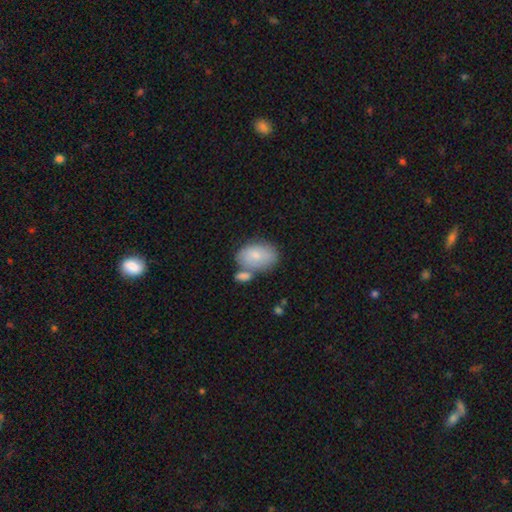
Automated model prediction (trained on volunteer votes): This is likely a smooth galaxy (77%). How rounded: clearly in between (86%). Merging: possibly none (50%).